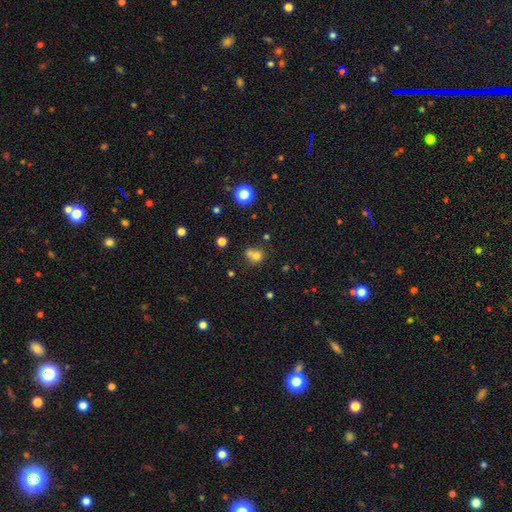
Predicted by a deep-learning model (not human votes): Overall: smooth (72%). How rounded: round (76%). Merging: merger (45%; none 41%).